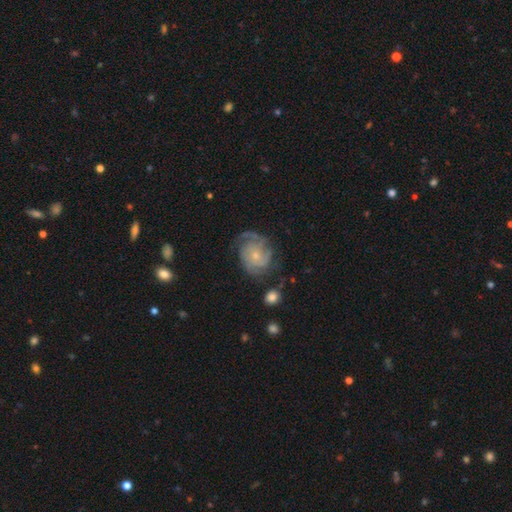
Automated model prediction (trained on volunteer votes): Smooth or featured: featured or disk — 83% (smooth — 11%)
Edge-on disk: no — 98% (yes — 2%)
Bar: no — 77% (weak — 20%)
Spiral arms: yes — 95% (no — 5%)
Spiral winding: tight — 56% (medium — 33%)
Spiral arm count: 2 — 29% (3 — 28%)
Bulge size: small — 65% (moderate — 30%)
Merging: none — 65% (minor disturbance — 21%)